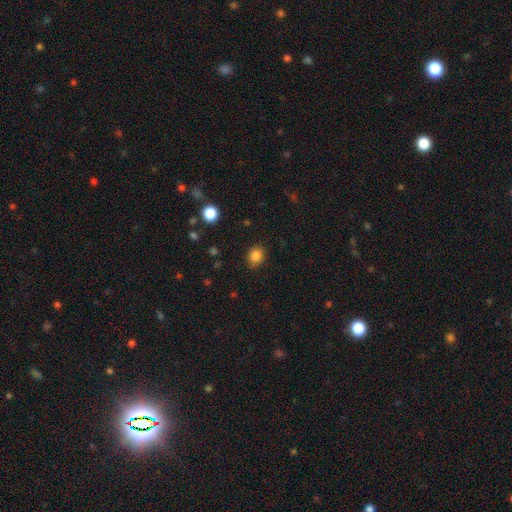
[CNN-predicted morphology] Smooth or featured?
  - smooth: 85% *
  - star or artifact: 11%
  - featured or disk: 5%
How rounded?
  - round: 55% *
  - in between: 44%
  - cigar-shaped: 1%
Merging?
  - none: 85% *
  - minor disturbance: 11%
  - major disturbance: 3%
  - merger: 1%